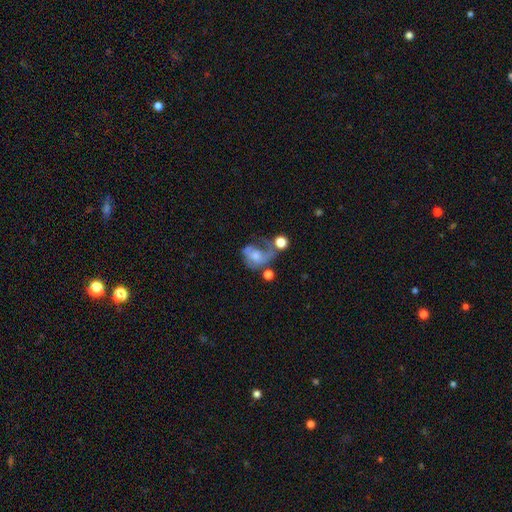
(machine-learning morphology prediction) smooth-or-featured: featured or disk: 49% | smooth: 40% | star or artifact: 10%
  merging: major disturbance: 43% | none: 20% | merger: 19% | minor disturbance: 17%